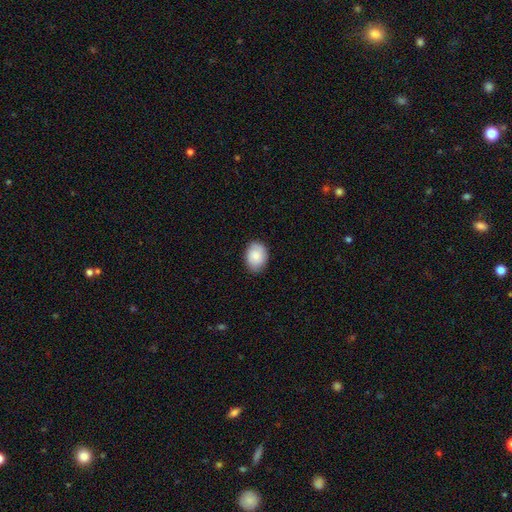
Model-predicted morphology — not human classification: Smooth or featured: smooth — 85% (featured or disk — 9%)
How rounded: in between — 70% (round — 29%)
Merging: none — 84% (minor disturbance — 13%)